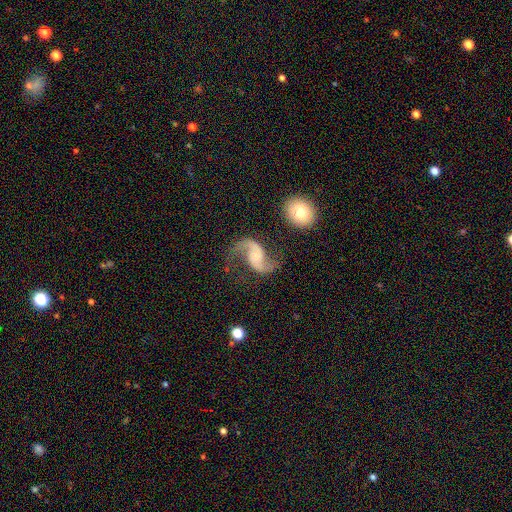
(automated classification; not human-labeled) The model was most divided on "bulge size": small: 40%, none: 32%, moderate: 20%, large: 6%, dominant: 2%. More confident: edge-on disk — no (98%); spiral arms — yes (97%); spiral arm count — 2 (93%); smooth or featured — featured or disk (90%); spiral winding — loose (76%); merging — none (67%); bar — no (53%).